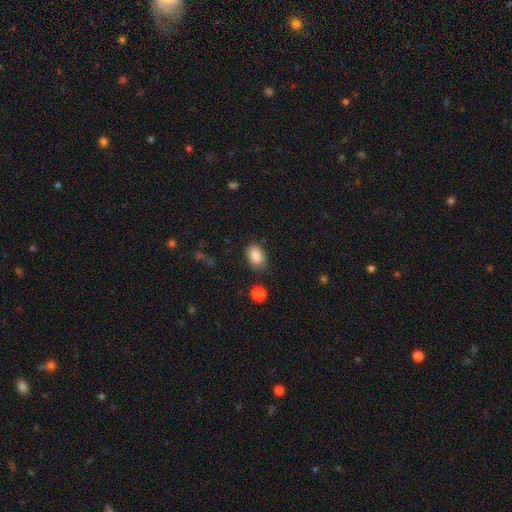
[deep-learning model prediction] This is clearly a smooth galaxy (87%). How rounded: clearly in between (85%). Merging: likely none (79%).